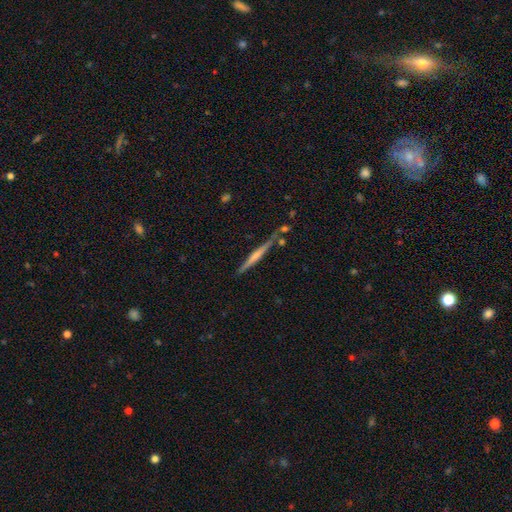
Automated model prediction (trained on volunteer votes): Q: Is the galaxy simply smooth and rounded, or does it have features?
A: featured or disk — 58%.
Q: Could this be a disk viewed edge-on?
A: yes — 97%.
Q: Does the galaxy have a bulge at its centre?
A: rounded — 46%.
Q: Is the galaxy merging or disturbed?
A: none — 74%.